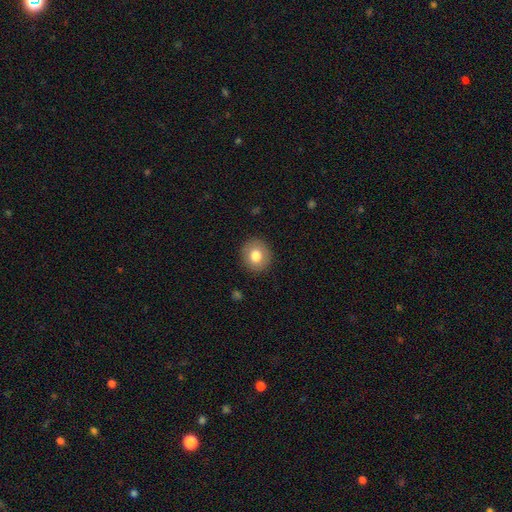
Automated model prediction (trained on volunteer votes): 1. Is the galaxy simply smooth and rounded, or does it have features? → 79% smooth, 13% featured or disk, 9% star or artifact.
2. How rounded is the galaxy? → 83% round, 16% in between, 1% cigar-shaped.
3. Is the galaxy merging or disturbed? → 89% none, 7% minor disturbance, 2% major disturbance, 1% merger.